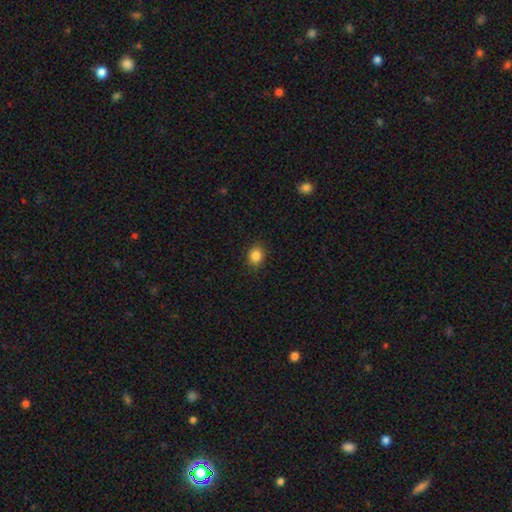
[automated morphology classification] smooth_or_featured: smooth (p=0.85) [alt: star or artifact p=0.11]
how_rounded: round (p=0.74) [alt: in between p=0.25]
merging: none (p=0.89) [alt: minor disturbance p=0.08]